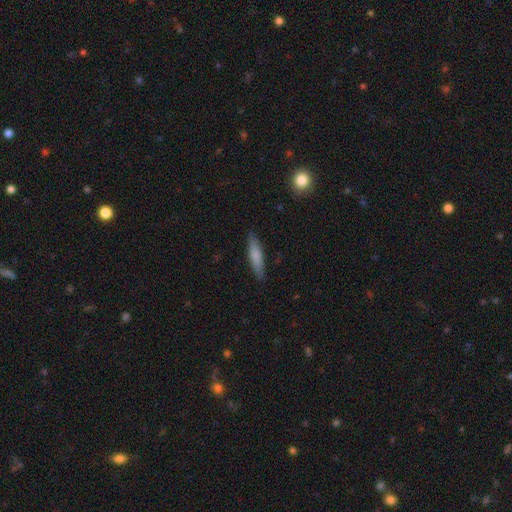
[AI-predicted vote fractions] Smooth or featured? Predicted: smooth (p=0.73). How rounded? Predicted: cigar-shaped (p=0.82). Merging? Predicted: none (p=0.87).